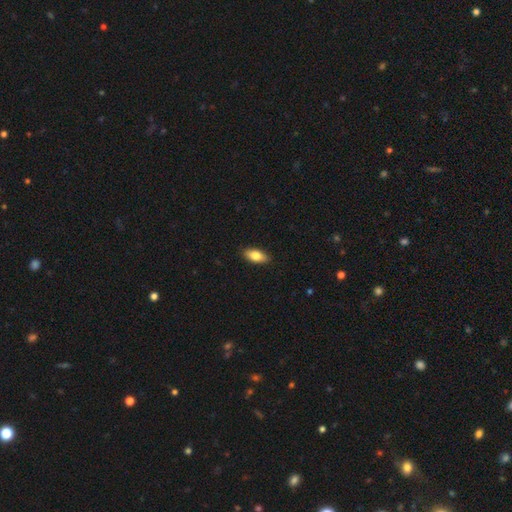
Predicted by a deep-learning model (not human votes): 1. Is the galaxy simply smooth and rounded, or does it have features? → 79% smooth, 15% featured or disk, 6% star or artifact.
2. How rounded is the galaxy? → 85% in between, 12% cigar-shaped, 3% round.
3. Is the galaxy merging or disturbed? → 89% none, 8% minor disturbance, 2% major disturbance, 1% merger.